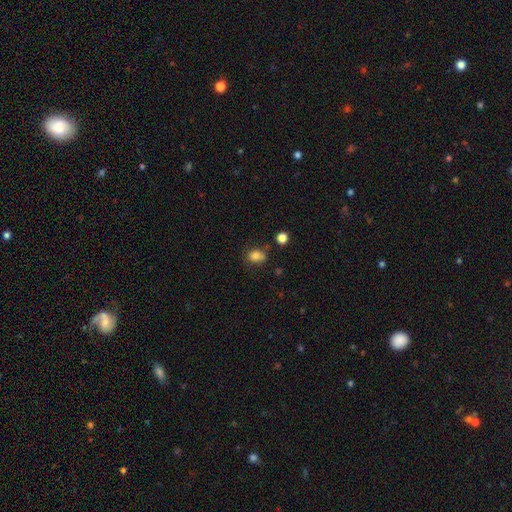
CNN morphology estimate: A smooth galaxy with no disk features (80%) that is in between round and cigar-shaped (55%).

Vote fractions:
- Smooth or featured? smooth: 80% / star or artifact: 12% / featured or disk: 8%
- How rounded? in between: 55% / round: 44% / cigar-shaped: 1%
- Merging? none: 59% / minor disturbance: 25% / merger: 8% / major disturbance: 8%